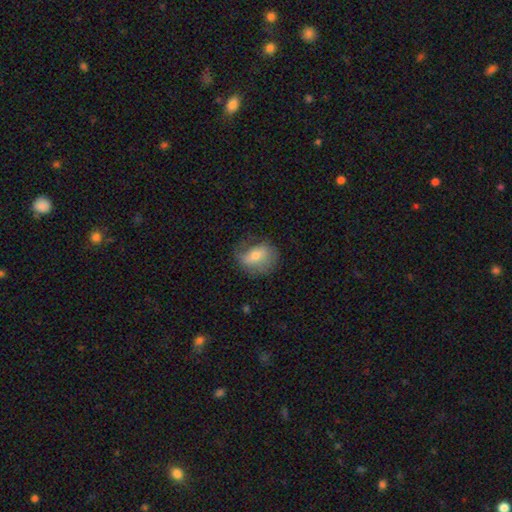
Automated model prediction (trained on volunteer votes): Q: Smooth or featured?
A: smooth (54%); runner-up: featured or disk (37%)
Q: How rounded?
A: in between (59%); runner-up: round (39%)
Q: Merging?
A: none (59%); runner-up: minor disturbance (26%)